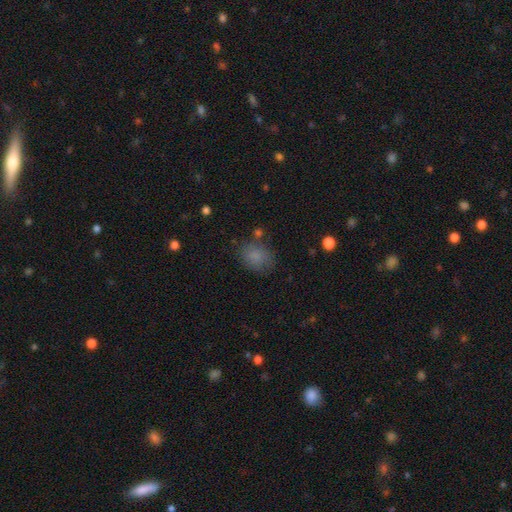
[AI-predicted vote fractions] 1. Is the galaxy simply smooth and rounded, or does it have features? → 81% smooth, 11% star or artifact, 8% featured or disk.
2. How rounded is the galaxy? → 52% in between, 47% round, 1% cigar-shaped.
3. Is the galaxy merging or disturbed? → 71% none, 19% minor disturbance, 6% major disturbance, 4% merger.